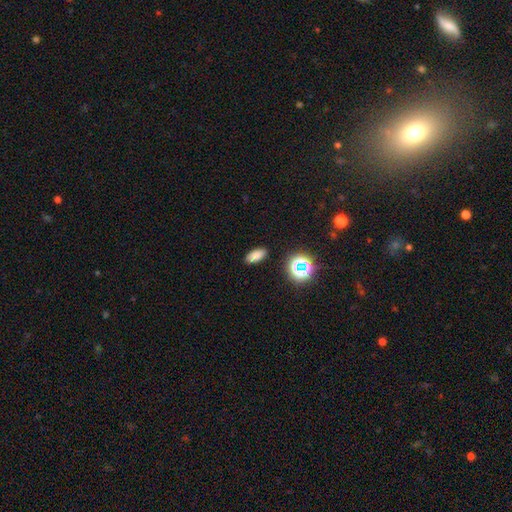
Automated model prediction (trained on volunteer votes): Smooth or featured? smooth (78%)
How rounded? in between (85%)
Merging? none (88%)